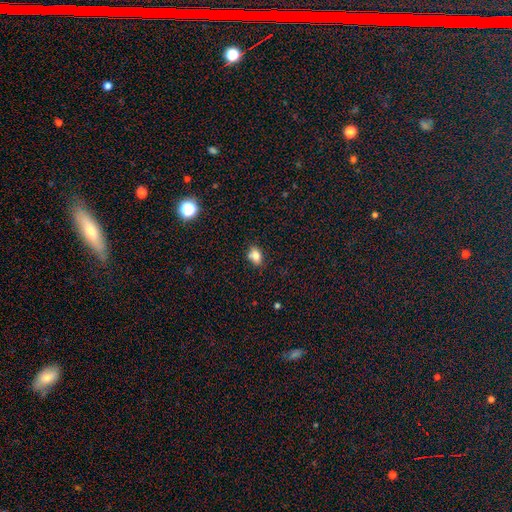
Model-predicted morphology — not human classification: Q: Smooth or featured?
A: smooth (78%); runner-up: star or artifact (12%)
Q: How rounded?
A: in between (72%); runner-up: round (26%)
Q: Merging?
A: none (64%); runner-up: minor disturbance (19%)